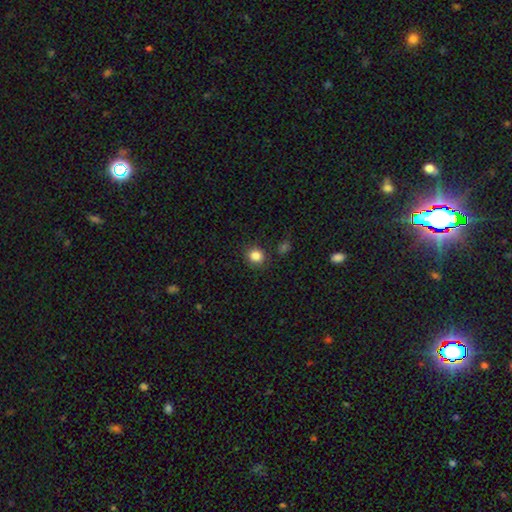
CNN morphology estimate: Smooth or featured? Predicted: smooth (p=0.84). How rounded? Predicted: round (p=0.81). Merging? Predicted: none (p=0.87).